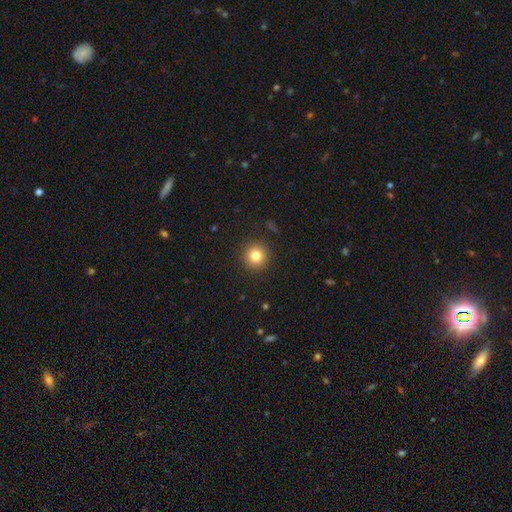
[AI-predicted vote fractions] Q: Smooth or featured?
A: smooth (81%); runner-up: star or artifact (11%)
Q: How rounded?
A: round (95%); runner-up: in between (4%)
Q: Merging?
A: none (91%); runner-up: minor disturbance (6%)